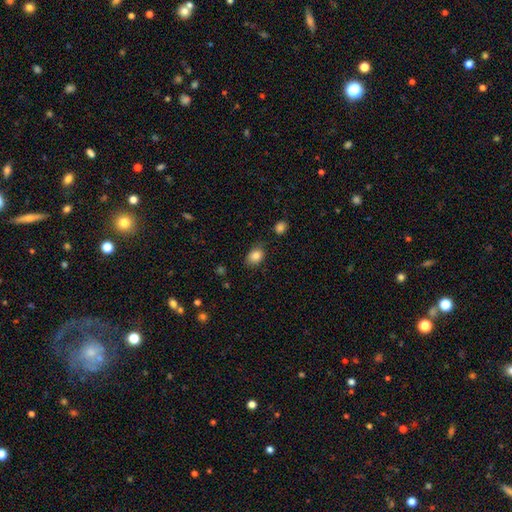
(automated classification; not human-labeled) Overall: smooth (84%). How rounded: in between (68%; round 31%). Merging: none (75%).